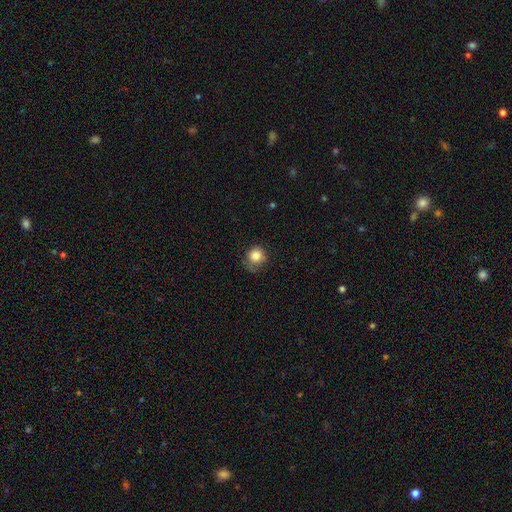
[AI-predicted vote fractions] The model was most divided on "merging": none: 62%, minor disturbance: 27%, major disturbance: 10%, merger: 2%. More confident: how rounded — round (88%); smooth or featured — smooth (84%).